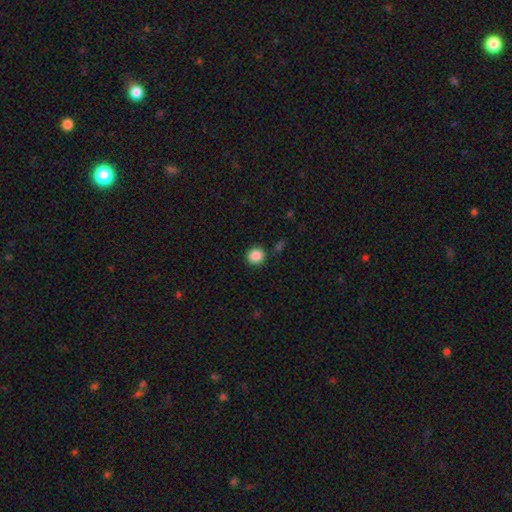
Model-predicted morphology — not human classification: The model was most divided on "smooth or featured": smooth: 88%, star or artifact: 9%, featured or disk: 3%. More confident: how rounded — round (89%); merging — none (88%).